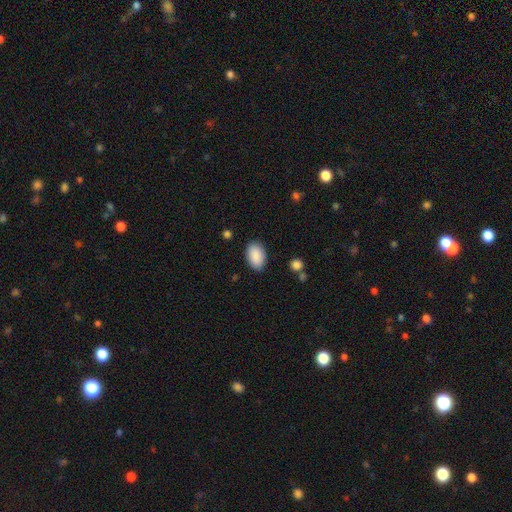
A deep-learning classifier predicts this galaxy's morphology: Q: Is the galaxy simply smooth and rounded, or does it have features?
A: smooth — 90%.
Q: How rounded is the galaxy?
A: in between — 91%.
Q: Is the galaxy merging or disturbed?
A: none — 87%.